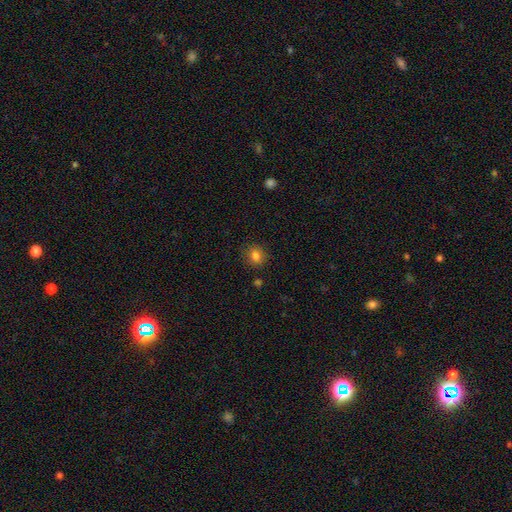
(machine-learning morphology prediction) Q: Smooth or featured?
A: smooth (82%); runner-up: star or artifact (12%)
Q: How rounded?
A: round (76%); runner-up: in between (23%)
Q: Merging?
A: none (86%); runner-up: minor disturbance (10%)